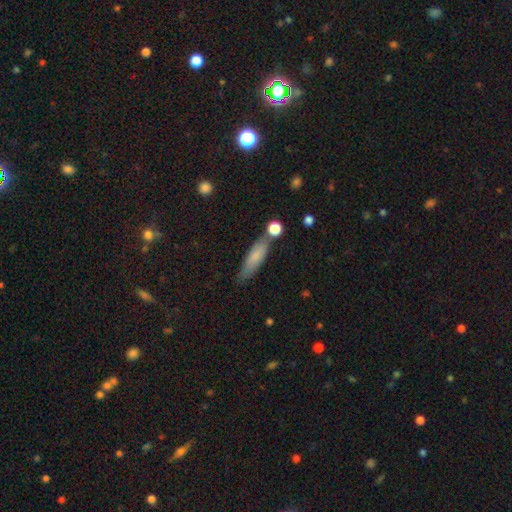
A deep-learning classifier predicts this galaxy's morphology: A smooth galaxy with no disk features (76%) that is cigar-shaped (67%). Merging: none (68%).